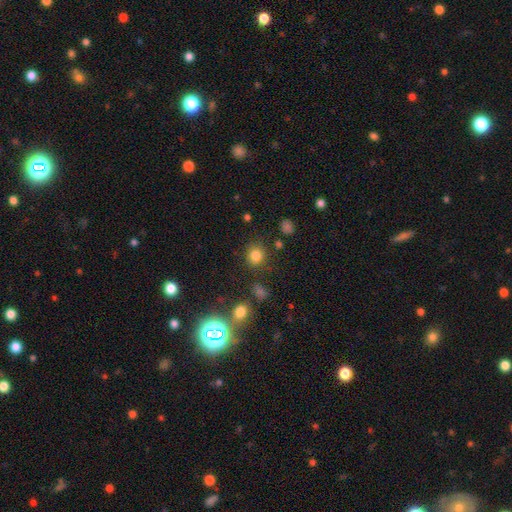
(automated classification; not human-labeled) A smooth galaxy with no disk features (80%) that is round (84%). Merging: none (82%).